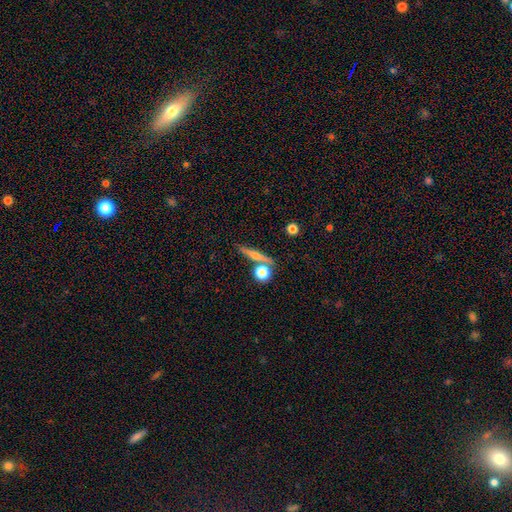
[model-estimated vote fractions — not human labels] Q: Smooth or featured?
A: smooth (46%); runner-up: featured or disk (44%)
Q: Merging?
A: none (74%); runner-up: merger (14%)